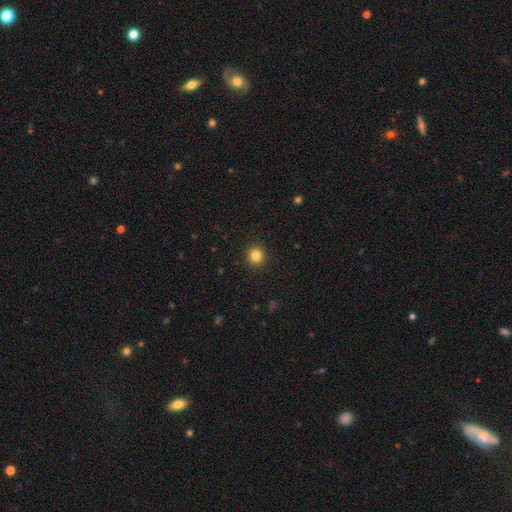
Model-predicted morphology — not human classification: Smooth or featured: smooth — 83% (star or artifact — 12%)
How rounded: round — 93% (in between — 6%)
Merging: none — 93% (minor disturbance — 5%)